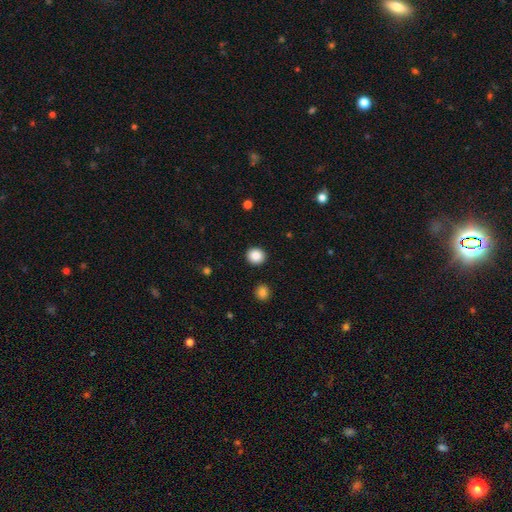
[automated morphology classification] A smooth galaxy with no disk features (87%) that is round (87%). Merging: none (92%).